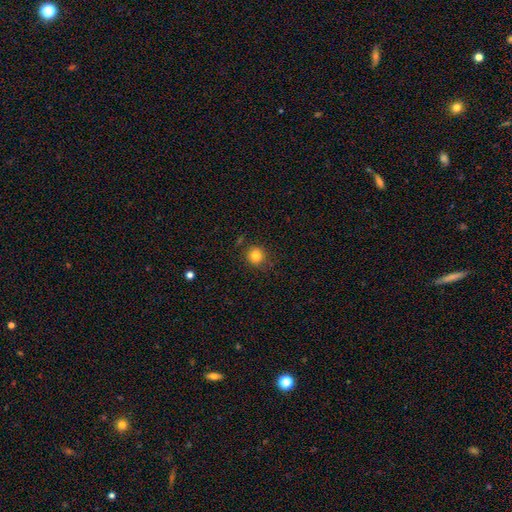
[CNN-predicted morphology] A smooth galaxy with no disk features (82%) that is round (92%).

Vote fractions:
- Smooth or featured? smooth: 82% / star or artifact: 12% / featured or disk: 6%
- How rounded? round: 92% / in between: 7% / cigar-shaped: 1%
- Merging? none: 85% / minor disturbance: 10% / major disturbance: 3% / merger: 3%